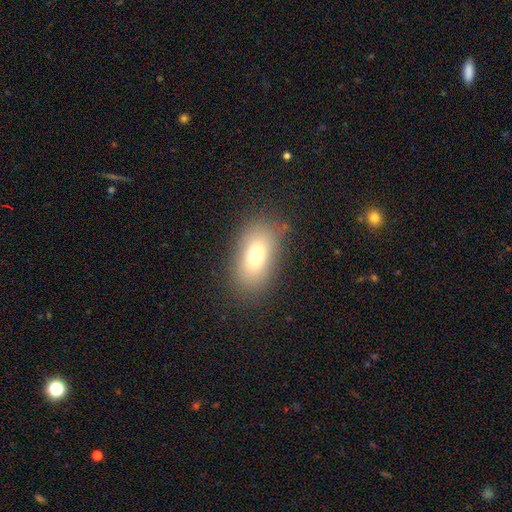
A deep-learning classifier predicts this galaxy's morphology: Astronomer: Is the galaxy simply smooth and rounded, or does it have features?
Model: smooth — 74%.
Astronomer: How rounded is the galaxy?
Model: in between — 87%.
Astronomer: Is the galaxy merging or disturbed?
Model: none — 82%.